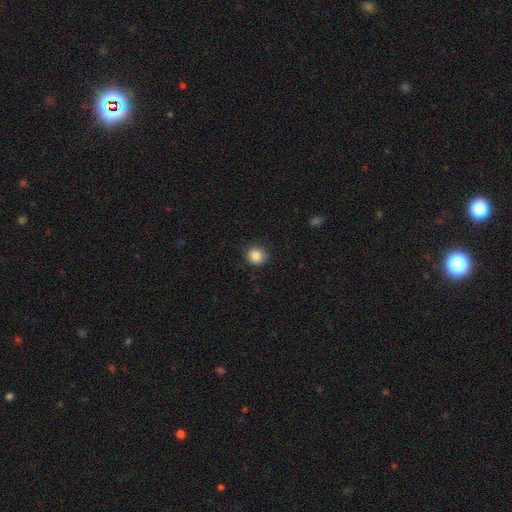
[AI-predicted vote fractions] Overall: smooth (87%). How rounded: round (91%). Merging: none (88%).